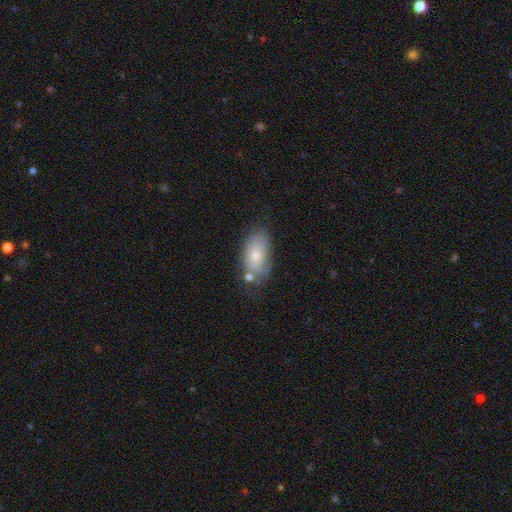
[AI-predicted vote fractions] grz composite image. It shows a smooth galaxy with no disk features (62%) that is in between round and cigar-shaped (92%). Merging: none (55%).